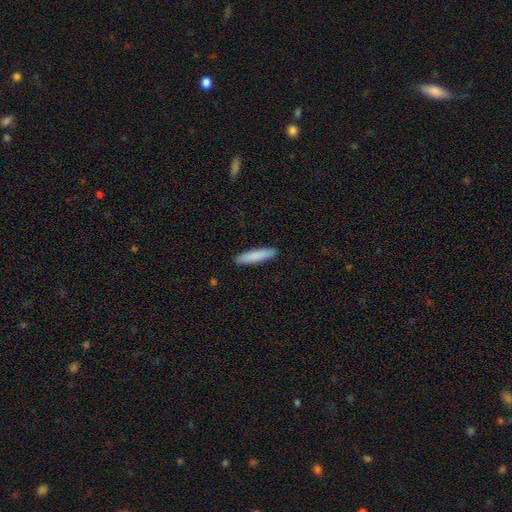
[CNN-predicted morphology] Smooth or featured? smooth (86%)
How rounded? cigar-shaped (87%)
Merging? none (91%)